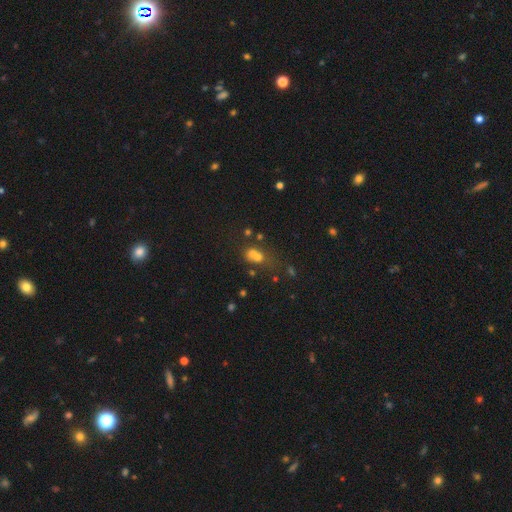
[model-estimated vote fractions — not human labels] smooth_or_featured: smooth (p=0.58) [alt: star or artifact p=0.25]
how_rounded: round (p=0.48) [tied with: in between p=0.48]
merging: merger (p=0.44) [alt: none p=0.31]